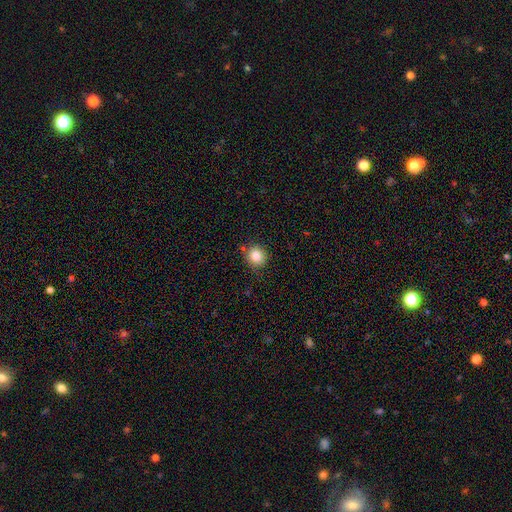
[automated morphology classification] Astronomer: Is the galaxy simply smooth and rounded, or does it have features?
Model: smooth — 85%.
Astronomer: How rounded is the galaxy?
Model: round — 85%.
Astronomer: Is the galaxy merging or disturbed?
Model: none — 80%.